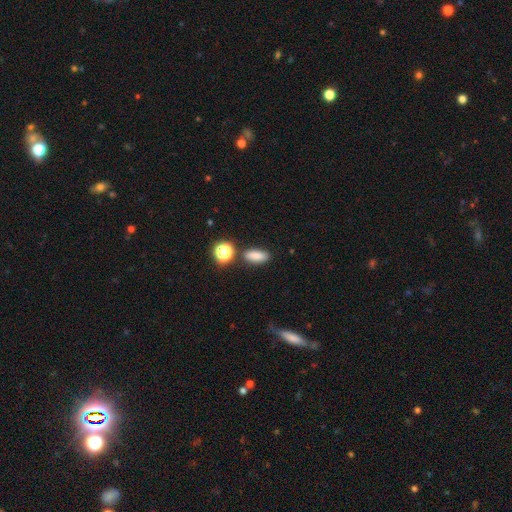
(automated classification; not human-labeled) Q: Smooth or featured?
A: smooth (82%); runner-up: star or artifact (12%)
Q: How rounded?
A: in between (76%); runner-up: cigar-shaped (14%)
Q: Merging?
A: none (80%); runner-up: minor disturbance (11%)